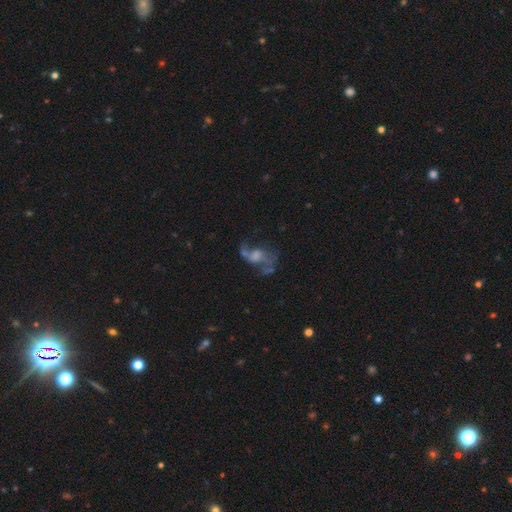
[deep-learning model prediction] smooth-or-featured: featured or disk: 64% | smooth: 22% | star or artifact: 14%
  disk-edge-on: no: 97% | yes: 3%
    bar: no: 66% | weak: 27% | strong: 6%
    has-spiral-arms: yes: 63% | no: 37%
    bulge-size: none: 42% | moderate: 24% | small: 21% | large: 11% | dominant: 2%
  merging: major disturbance: 37% | none: 34% | minor disturbance: 15% | merger: 14%